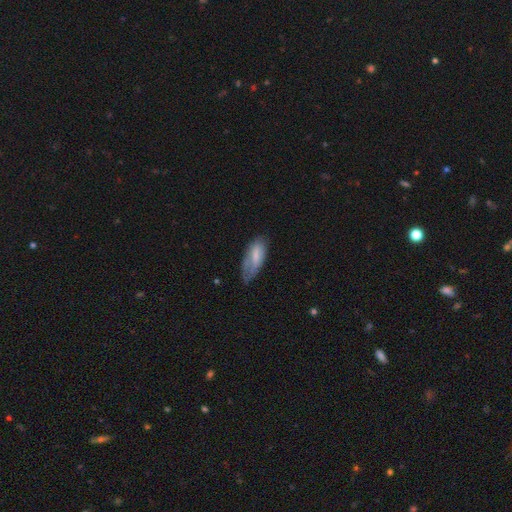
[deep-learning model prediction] This appears to be a smooth galaxy with no disk features (67%) that is in between round and cigar-shaped (80%). Merging: minor disturbance (39%, tied with none).